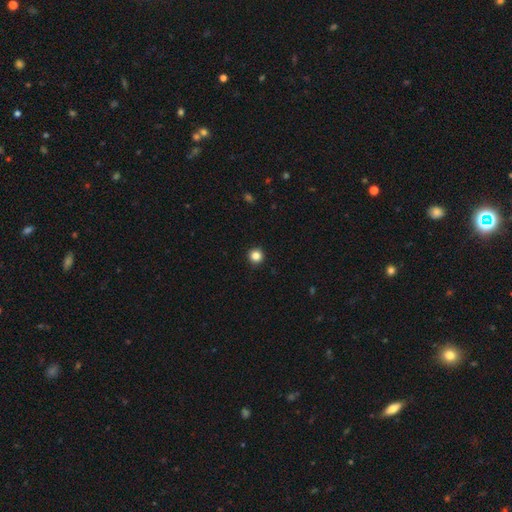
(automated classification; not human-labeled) smooth 85%, star or artifact 11%, featured or disk 4%. Down the decision tree: how rounded — round (96%); merging — none (93%).